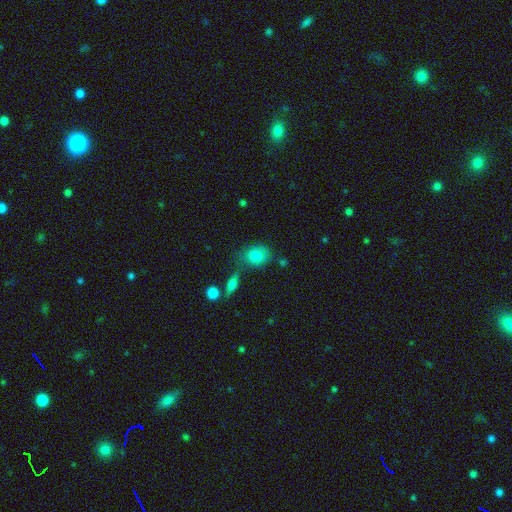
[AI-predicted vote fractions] smooth 81%, featured or disk 10%, star or artifact 9%. Down the decision tree: how rounded — in between (51%); merging — none (64%).